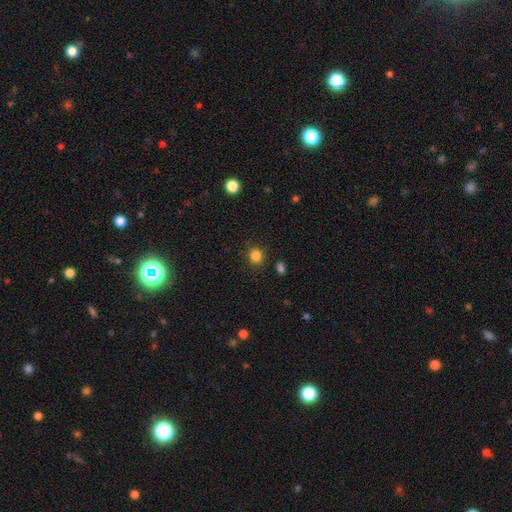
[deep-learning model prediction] A smooth galaxy with no disk features (84%) that is round (85%). Merging: none (87%).